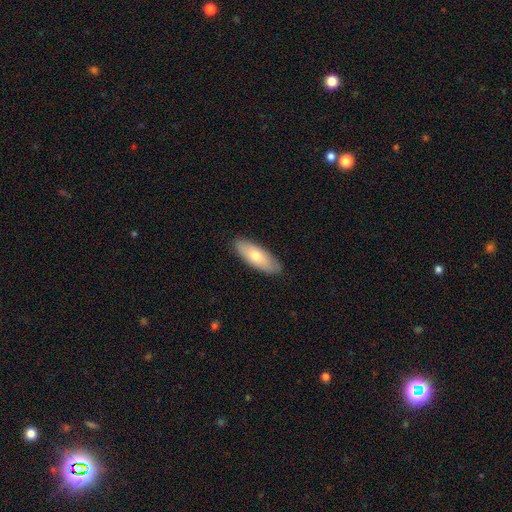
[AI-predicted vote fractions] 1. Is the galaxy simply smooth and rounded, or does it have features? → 70% smooth, 25% featured or disk, 6% star or artifact.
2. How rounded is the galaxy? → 70% in between, 28% cigar-shaped, 2% round.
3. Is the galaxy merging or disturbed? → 87% none, 10% minor disturbance, 2% major disturbance, 1% merger.